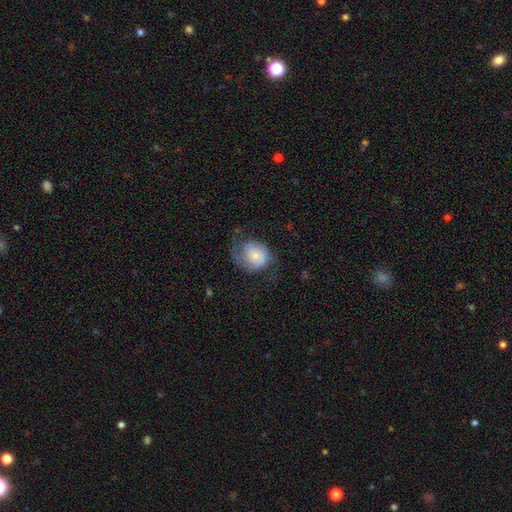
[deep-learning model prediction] Smooth or featured? featured or disk (47%)
Merging? none (46%)